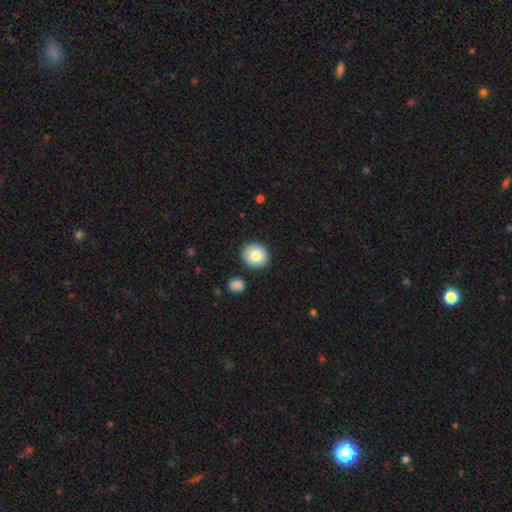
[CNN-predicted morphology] Smooth or featured: smooth — 83% (featured or disk — 9%)
How rounded: round — 84% (in between — 15%)
Merging: none — 87% (minor disturbance — 7%)